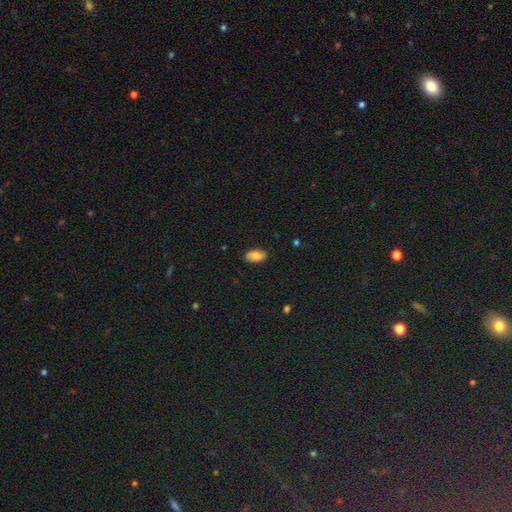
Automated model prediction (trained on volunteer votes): smooth-or-featured: smooth: 82% | featured or disk: 11% | star or artifact: 7%
  how-rounded: in between: 93% | round: 3% | cigar-shaped: 3%
  merging: none: 86% | minor disturbance: 11% | major disturbance: 2% | merger: 1%